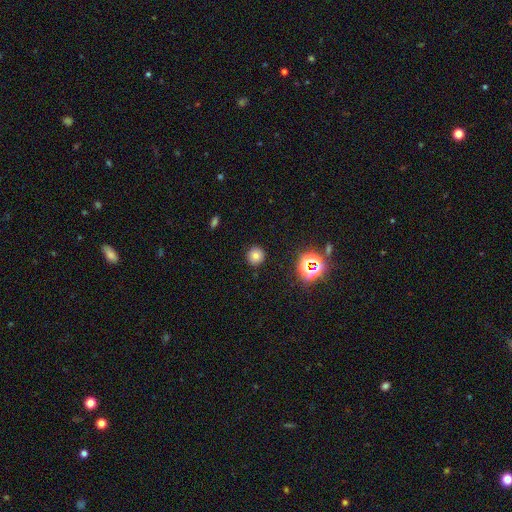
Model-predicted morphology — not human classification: A smooth galaxy with no disk features (71%) that is round (93%). Merging: none (90%).